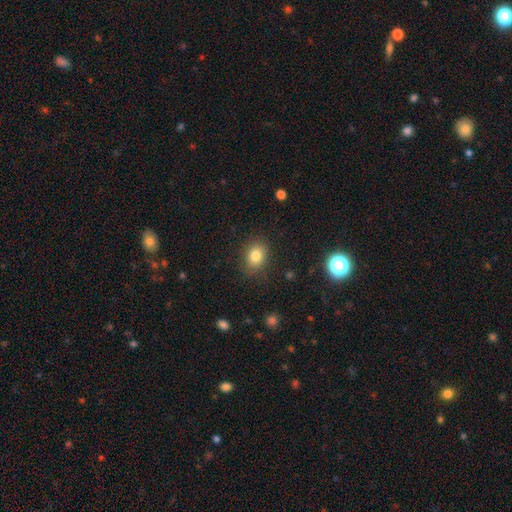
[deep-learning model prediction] A smooth galaxy with no disk features (81%) that is in between round and cigar-shaped (54%). Merging: none (84%).